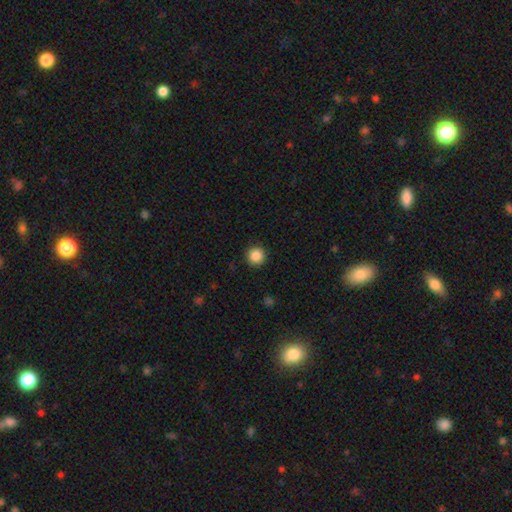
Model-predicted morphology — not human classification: Smooth or featured? Predicted: smooth (p=0.86). How rounded? Predicted: round (p=0.96). Merging? Predicted: none (p=0.92).